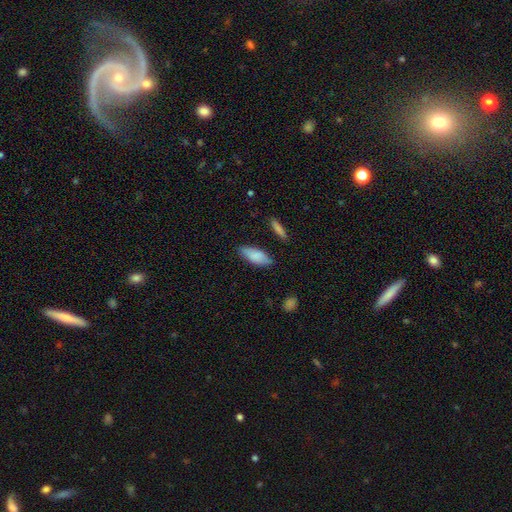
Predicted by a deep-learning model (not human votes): smooth-or-featured: smooth: 85% | featured or disk: 9% | star or artifact: 6%
  how-rounded: in between: 76% | cigar-shaped: 22% | round: 2%
  merging: none: 79% | minor disturbance: 16% | major disturbance: 3% | merger: 2%